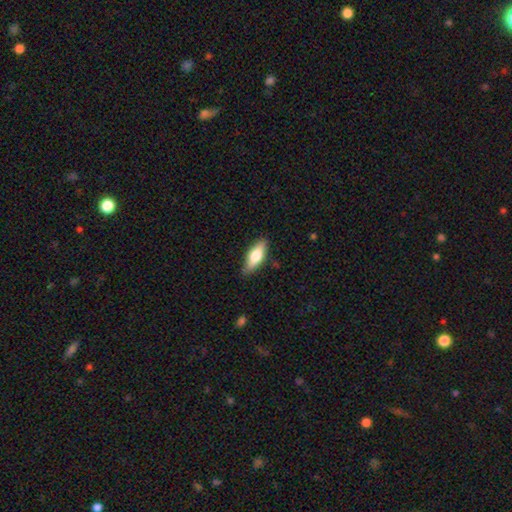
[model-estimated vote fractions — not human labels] Smooth or featured?
  - smooth: 66% *
  - featured or disk: 28%
  - star or artifact: 6%
How rounded?
  - in between: 63% *
  - cigar-shaped: 34%
  - round: 2%
Merging?
  - none: 86% *
  - minor disturbance: 11%
  - major disturbance: 2%
  - merger: 1%